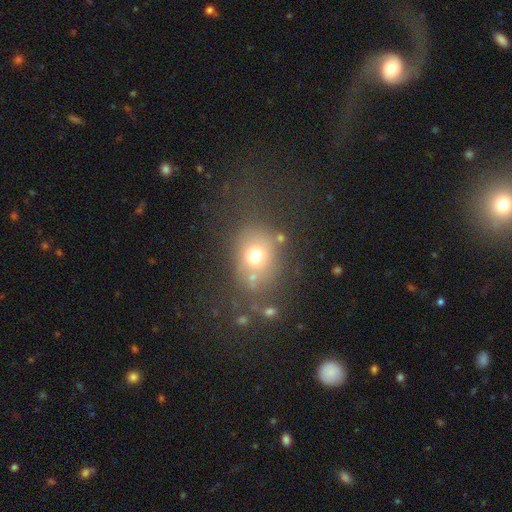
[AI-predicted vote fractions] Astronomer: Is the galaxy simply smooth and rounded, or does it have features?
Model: smooth — 68%.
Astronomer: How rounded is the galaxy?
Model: round — 61% (runner-up: in between, 38%).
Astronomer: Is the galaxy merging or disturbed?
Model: none — 62%.